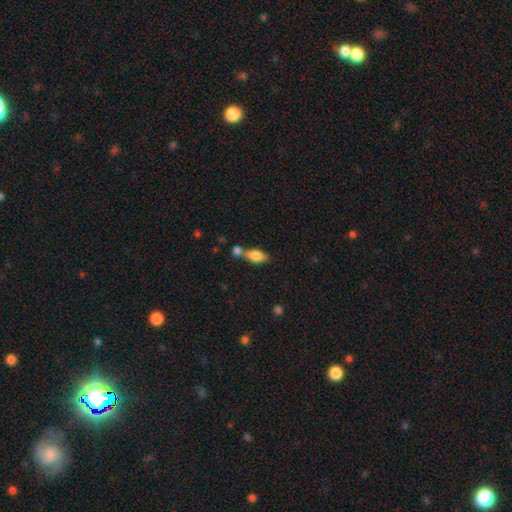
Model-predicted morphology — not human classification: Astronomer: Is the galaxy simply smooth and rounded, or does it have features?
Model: smooth — 73%.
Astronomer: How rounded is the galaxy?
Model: in between — 81%.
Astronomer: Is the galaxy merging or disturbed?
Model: merger — 42% (runner-up: none, 40%).